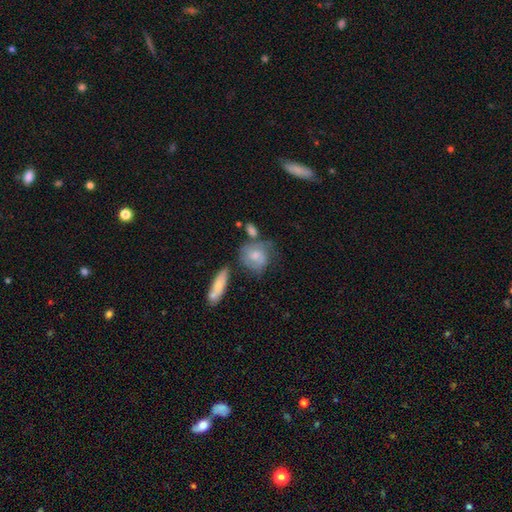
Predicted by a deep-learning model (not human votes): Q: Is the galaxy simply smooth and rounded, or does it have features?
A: featured or disk — 48%.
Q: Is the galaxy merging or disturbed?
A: none — 47%.